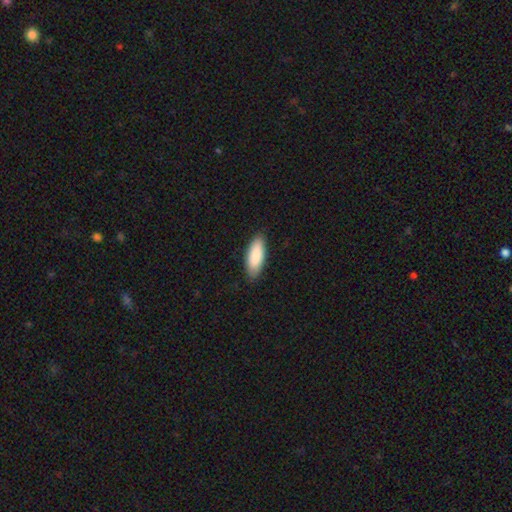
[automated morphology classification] smooth-or-featured: smooth: 89% | featured or disk: 6% | star or artifact: 5%
  how-rounded: in between: 73% | cigar-shaped: 25% | round: 1%
  merging: none: 86% | minor disturbance: 11% | major disturbance: 2% | merger: 1%